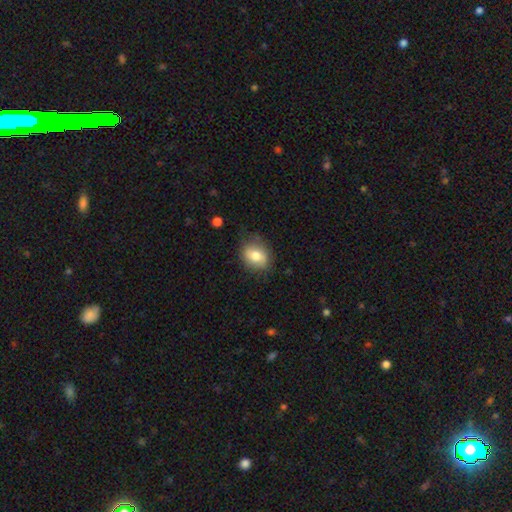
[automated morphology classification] A smooth galaxy with no disk features (75%) that is in between round and cigar-shaped (56%). Merging: none (77%).